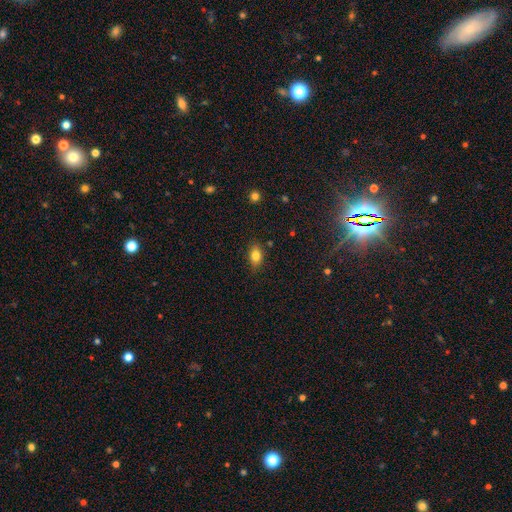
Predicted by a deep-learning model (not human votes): This appears to be a smooth galaxy with no disk features (81%) that is in between round and cigar-shaped (81%). Merging: none (83%).